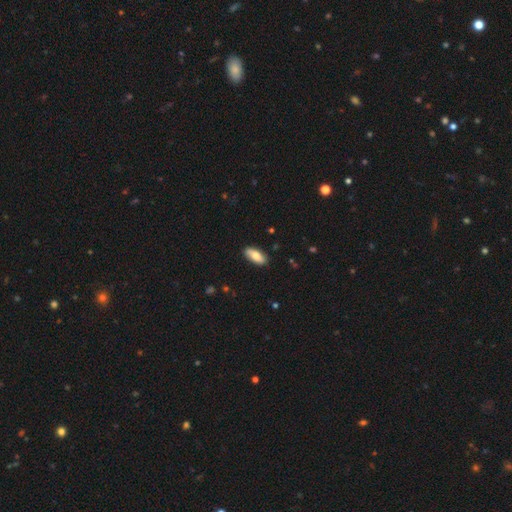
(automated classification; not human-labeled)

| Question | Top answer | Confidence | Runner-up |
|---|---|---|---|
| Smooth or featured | smooth | 80% | featured or disk (14%) |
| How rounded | in between | 84% | cigar-shaped (13%) |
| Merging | none | 86% | minor disturbance (11%) |